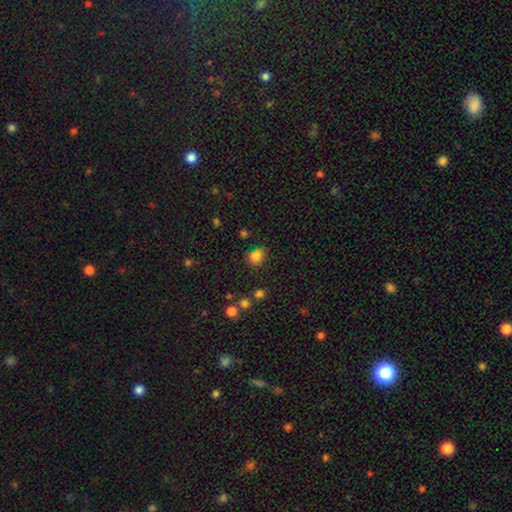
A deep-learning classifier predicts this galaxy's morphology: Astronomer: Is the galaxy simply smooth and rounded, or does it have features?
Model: smooth — 81%.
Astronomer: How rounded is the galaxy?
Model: round — 73%.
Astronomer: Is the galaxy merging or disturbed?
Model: none — 76%.